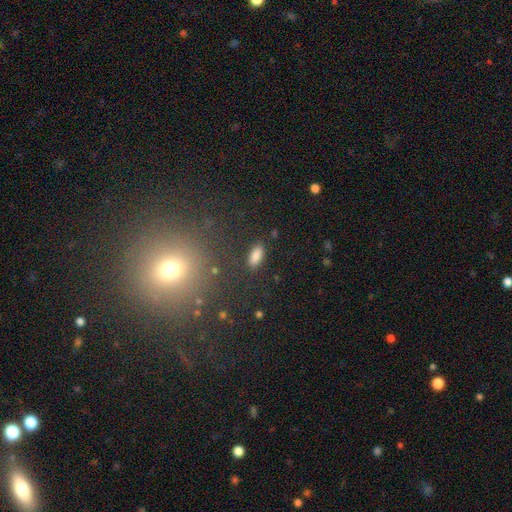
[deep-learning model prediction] The model was most divided on "how rounded": in between: 85%, cigar-shaped: 12%, round: 3%. More confident: merging — none (86%); smooth or featured — smooth (86%).